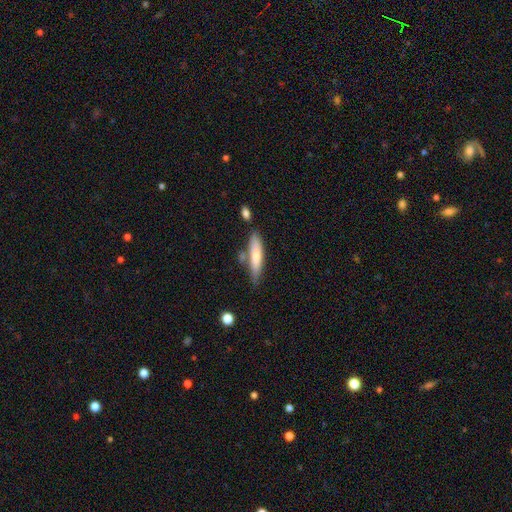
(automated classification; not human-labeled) Overall: smooth (70%). How rounded: cigar-shaped (77%). Merging: none (62%).